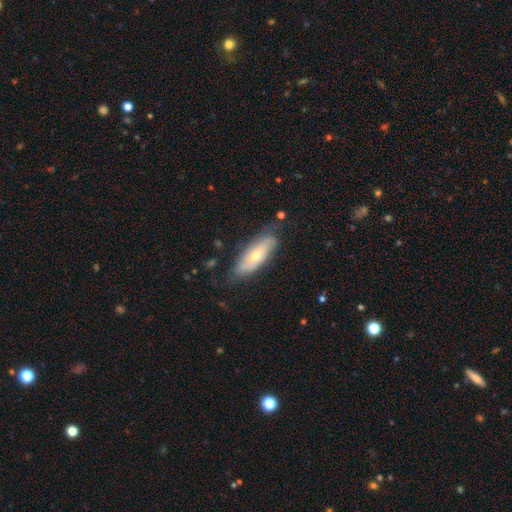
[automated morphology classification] Smooth or featured: smooth — 48% (featured or disk — 46%)
Merging: none — 72% (minor disturbance — 21%)